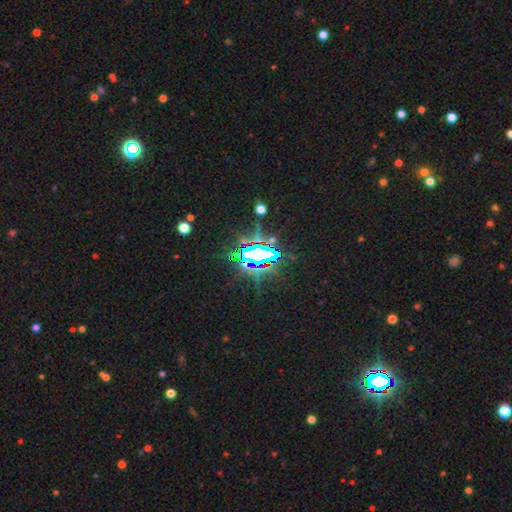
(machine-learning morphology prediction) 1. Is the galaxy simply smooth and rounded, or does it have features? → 74% star or artifact, 14% featured or disk, 12% smooth.